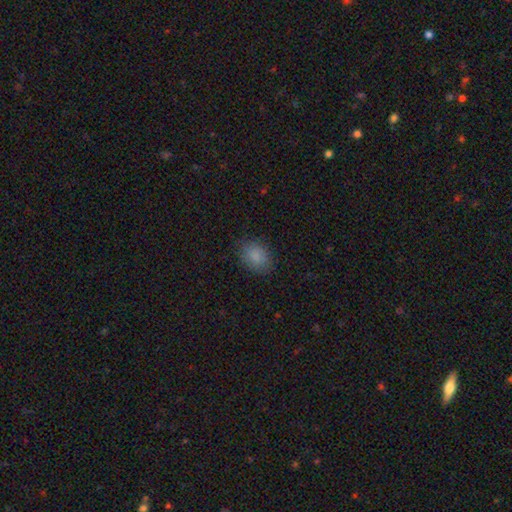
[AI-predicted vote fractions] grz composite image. It shows a smooth galaxy with no disk features (86%) that is in between round and cigar-shaped (67%). Merging: none (83%).